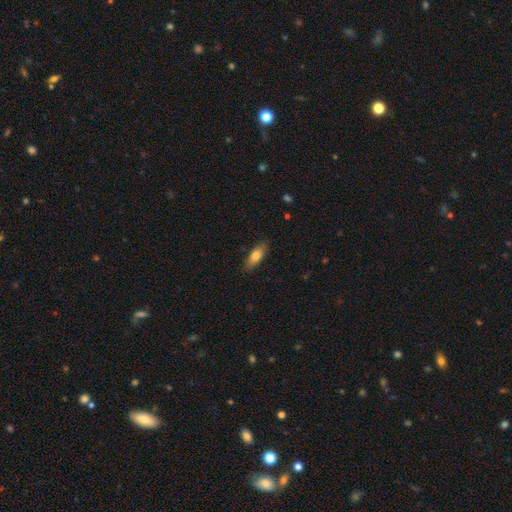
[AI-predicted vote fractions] smooth-or-featured: smooth: 77% | featured or disk: 16% | star or artifact: 7%
  how-rounded: in between: 68% | cigar-shaped: 30% | round: 2%
  merging: none: 84% | minor disturbance: 12% | major disturbance: 3% | merger: 1%